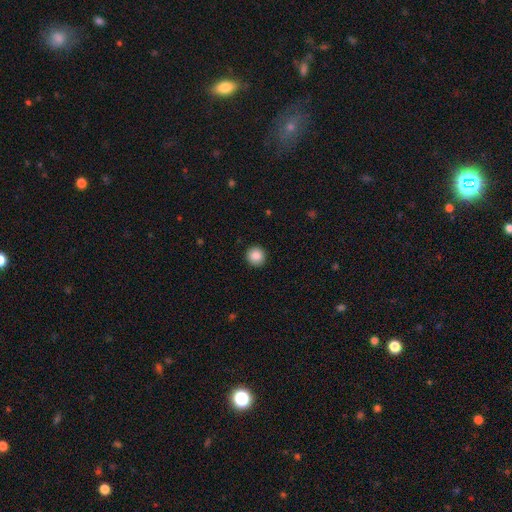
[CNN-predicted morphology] This appears to be a smooth galaxy with no disk features (88%) that is round (94%). Merging: none (92%).